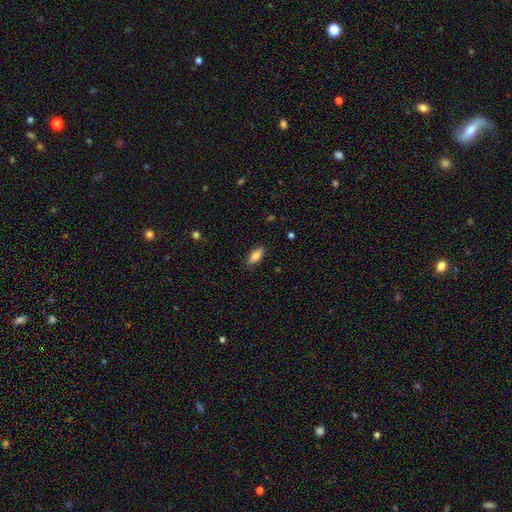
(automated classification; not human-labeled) smooth_or_featured: smooth (p=0.80) [alt: featured or disk p=0.13]
how_rounded: in between (p=0.81) [alt: cigar-shaped p=0.16]
merging: none (p=0.85) [alt: minor disturbance p=0.12]